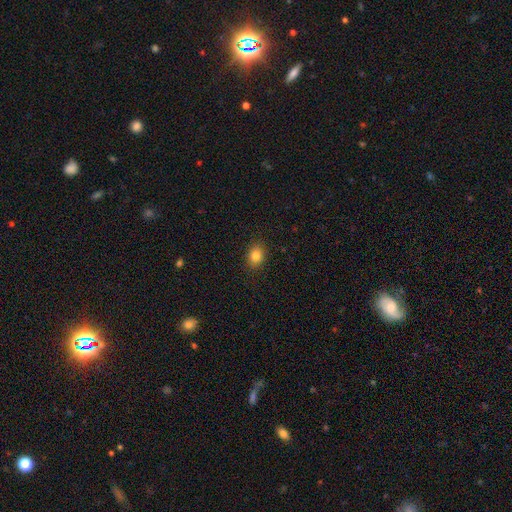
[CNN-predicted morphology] Overall: smooth (83%). How rounded: in between (58%; round 41%). Merging: none (89%).